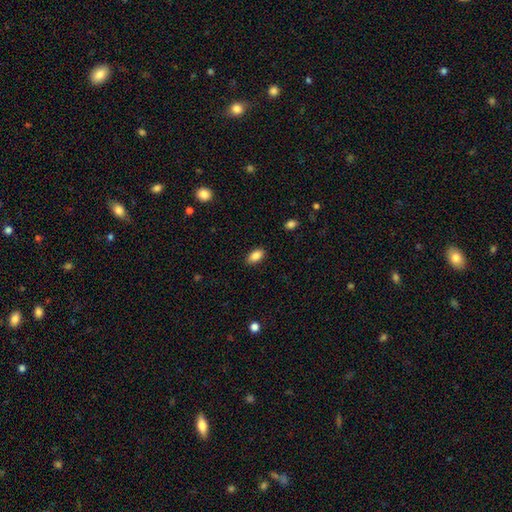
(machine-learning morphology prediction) This appears to be a smooth galaxy with no disk features (87%) that is in between round and cigar-shaped (91%). Merging: none (88%).